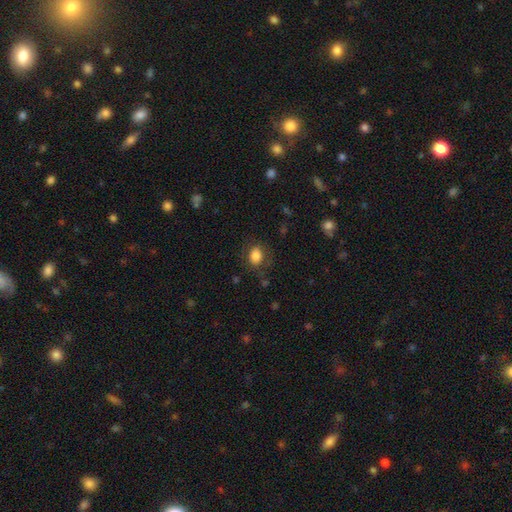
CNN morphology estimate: Smooth or featured? Predicted: smooth (p=0.83). How rounded? Predicted: in between (p=0.60). Merging? Predicted: none (p=0.74).